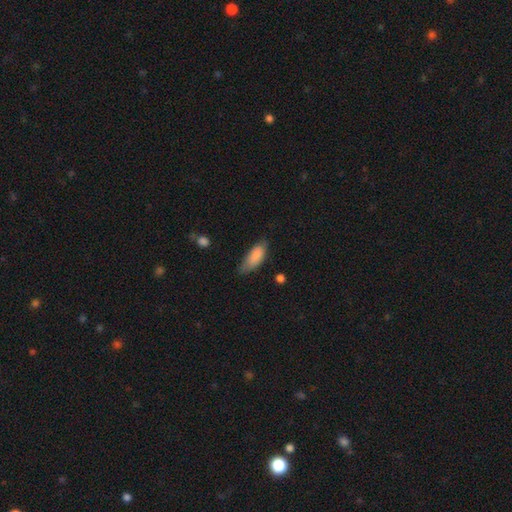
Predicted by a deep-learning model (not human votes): The model was most divided on "merging": none: 53%, minor disturbance: 36%, major disturbance: 8%, merger: 2%. More confident: smooth or featured — smooth (85%); how rounded — in between (79%).